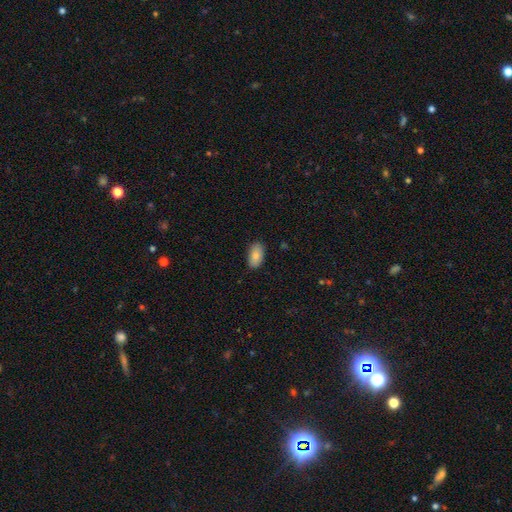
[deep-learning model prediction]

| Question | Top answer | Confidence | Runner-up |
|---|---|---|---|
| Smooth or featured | smooth | 83% | featured or disk (10%) |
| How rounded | in between | 94% | round (4%) |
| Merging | none | 85% | minor disturbance (12%) |